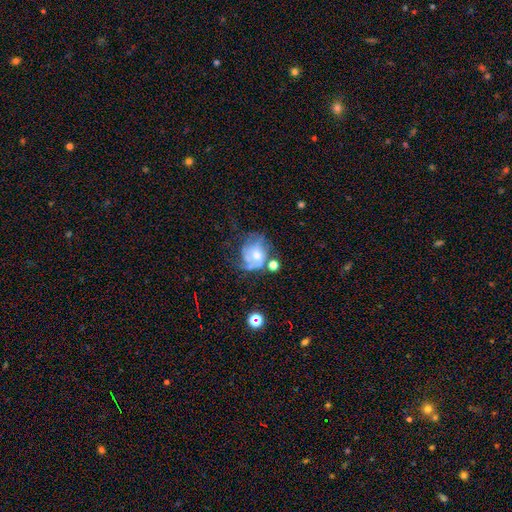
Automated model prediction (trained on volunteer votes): featured or disk 56%, smooth 33%, star or artifact 11%. Down the decision tree: edge-on disk — no (97%); bar — no (74%); spiral arms — yes (56%); bulge size — moderate (56%); merging — none (31%, tied with major disturbance).